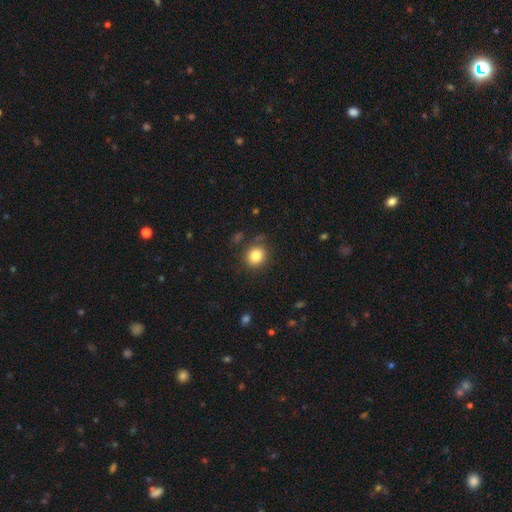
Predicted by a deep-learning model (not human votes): The model was most divided on "how rounded": round: 84%, in between: 15%, cigar-shaped: 1%. More confident: smooth or featured — smooth (84%); merging — none (82%).